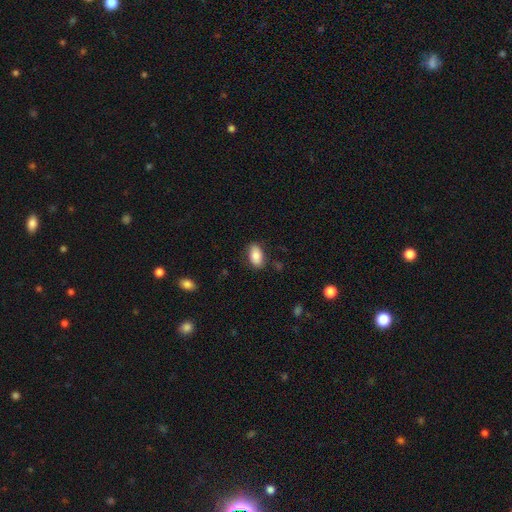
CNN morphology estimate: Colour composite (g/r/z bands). It shows a smooth galaxy with no disk features (84%) that is in between round and cigar-shaped (92%). Merging: none (80%).